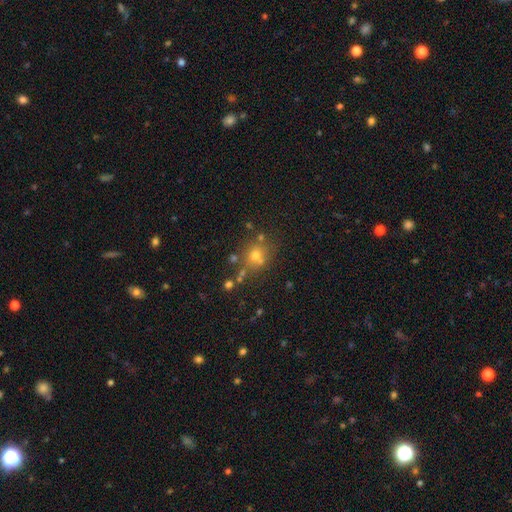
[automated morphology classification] smooth 63%, star or artifact 23%, featured or disk 14%. Down the decision tree: how rounded — round (81%); merging — none (65%).